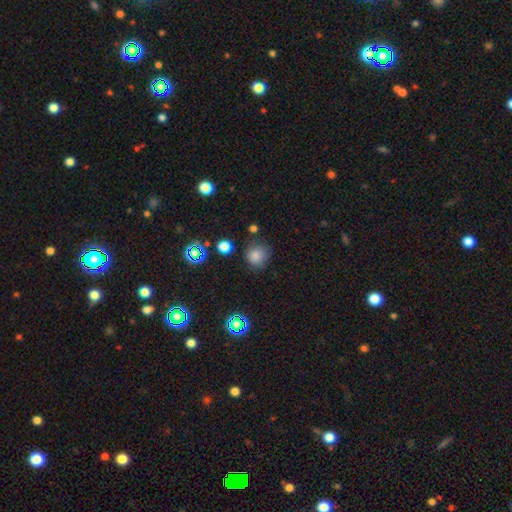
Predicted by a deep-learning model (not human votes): smooth_or_featured: smooth (p=0.78) [alt: star or artifact p=0.16]
how_rounded: round (p=0.89) [alt: in between p=0.10]
merging: none (p=0.75) [alt: minor disturbance p=0.17]